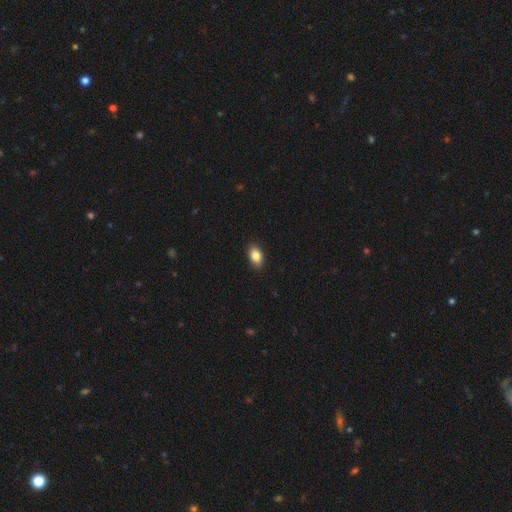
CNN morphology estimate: smooth-or-featured: smooth: 86% | star or artifact: 8% | featured or disk: 6%
  how-rounded: in between: 86% | round: 12% | cigar-shaped: 2%
  merging: none: 89% | minor disturbance: 8% | major disturbance: 2% | merger: 1%